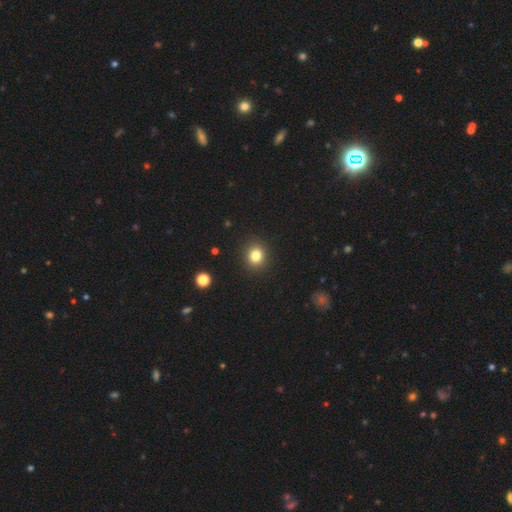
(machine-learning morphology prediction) smooth 82%, star or artifact 12%, featured or disk 6%. Down the decision tree: how rounded — round (78%); merging — none (90%).